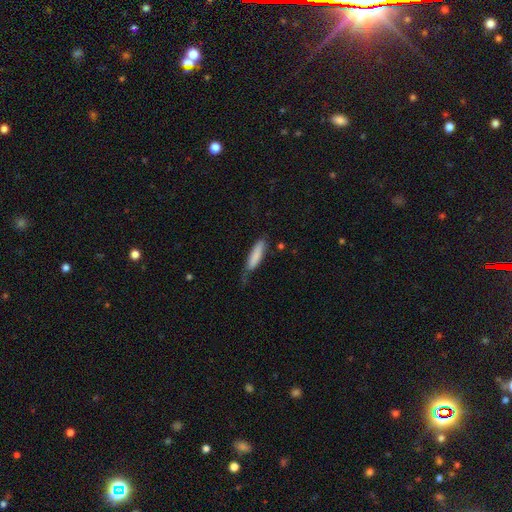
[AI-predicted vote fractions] Overall: smooth (82%). How rounded: cigar-shaped (73%). Merging: none (56%; minor disturbance 31%).